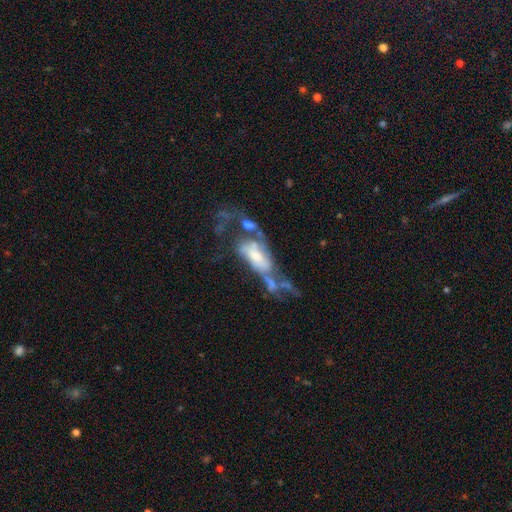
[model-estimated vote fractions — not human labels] featured or disk 68%, smooth 21%, star or artifact 11%. Down the decision tree: edge-on disk — no (89%); bar — no (62%); spiral arms — yes (54%); bulge size — moderate (40%); merging — major disturbance (36%, tied with merger).